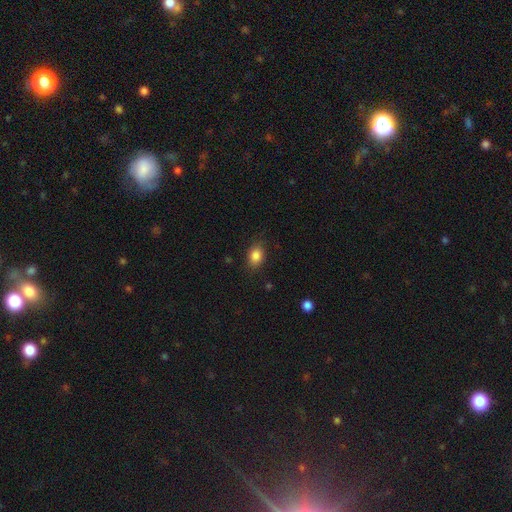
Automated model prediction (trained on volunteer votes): This appears to be a smooth galaxy with no disk features (85%) that is in between round and cigar-shaped (71%). Merging: none (83%).